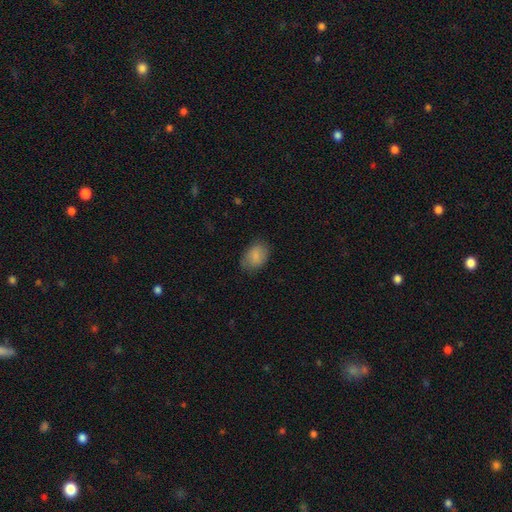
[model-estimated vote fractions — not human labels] This appears to be a smooth galaxy with no disk features (84%) that is in between round and cigar-shaped (77%). Merging: none (76%).